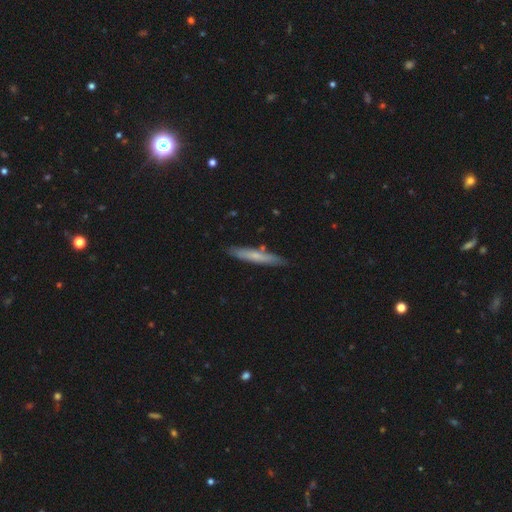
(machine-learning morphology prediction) Smooth or featured? Predicted: smooth (p=0.58). How rounded? Predicted: cigar-shaped (p=0.93). Merging? Predicted: none (p=0.84).